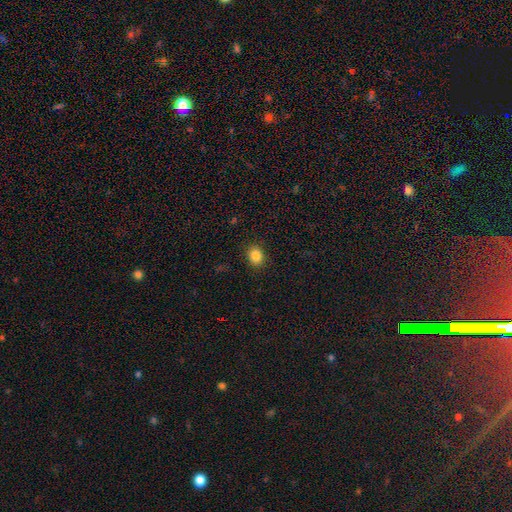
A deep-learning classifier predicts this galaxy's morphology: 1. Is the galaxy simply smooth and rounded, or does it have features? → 86% smooth, 10% star or artifact, 4% featured or disk.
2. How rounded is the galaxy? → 51% in between, 49% round, 1% cigar-shaped.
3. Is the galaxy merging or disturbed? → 89% none, 7% minor disturbance, 2% major disturbance, 1% merger.